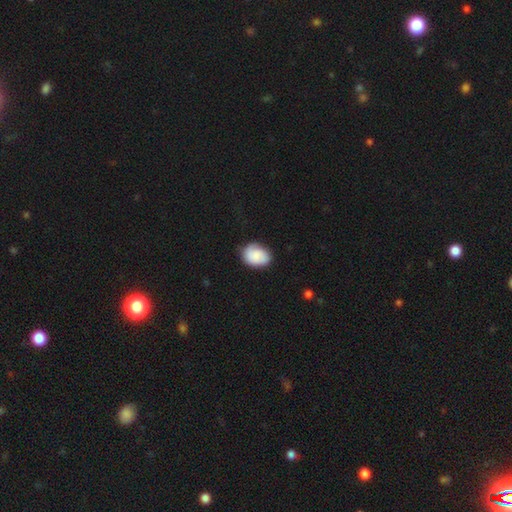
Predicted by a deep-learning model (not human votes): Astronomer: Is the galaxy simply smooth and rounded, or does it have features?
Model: smooth — 79%.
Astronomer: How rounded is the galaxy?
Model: in between — 68%.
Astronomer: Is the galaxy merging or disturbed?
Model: none — 71%.